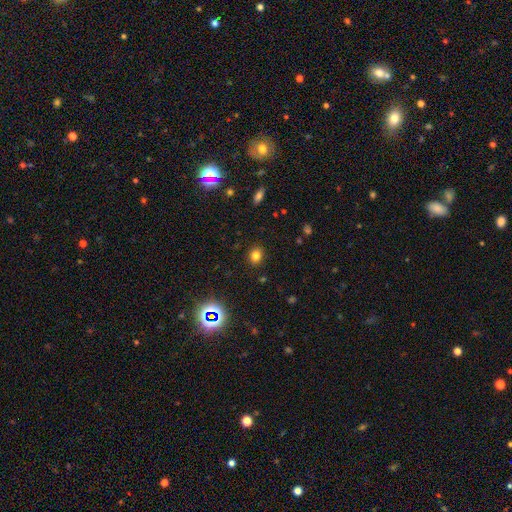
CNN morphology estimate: smooth 78%, star or artifact 16%, featured or disk 6%. Down the decision tree: how rounded — round (69%); merging — none (89%).